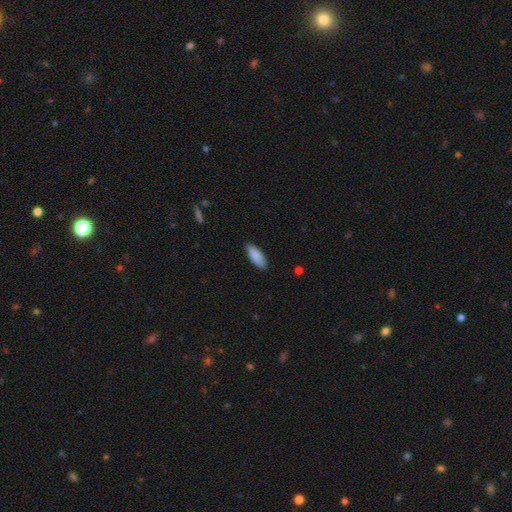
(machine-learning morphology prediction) Overall: smooth (89%). How rounded: in between (75%). Merging: none (85%).